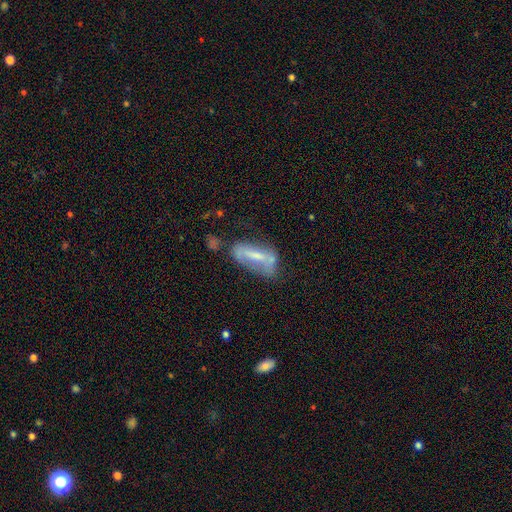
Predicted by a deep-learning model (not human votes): Smooth or featured?
  - featured or disk: 55% *
  - smooth: 36%
  - star or artifact: 9%
Edge-on disk?
  - no: 84% *
  - yes: 16%
Merging?
  - none: 37% *
  - minor disturbance: 28%
  - major disturbance: 22%
  - merger: 13%